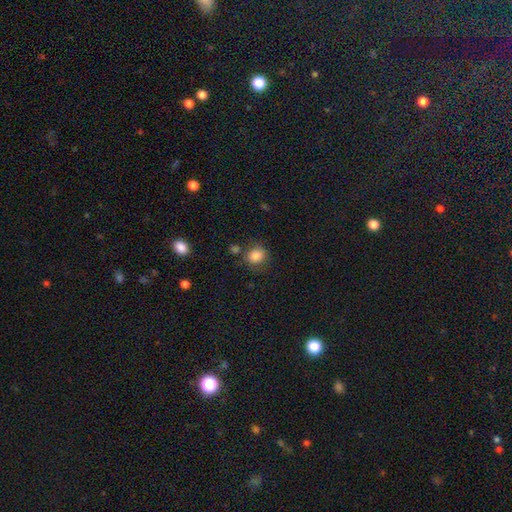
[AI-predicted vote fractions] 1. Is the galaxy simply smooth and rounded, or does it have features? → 84% smooth, 11% star or artifact, 6% featured or disk.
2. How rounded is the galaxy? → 70% round, 29% in between, 1% cigar-shaped.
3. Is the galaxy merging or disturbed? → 72% none, 15% minor disturbance, 7% merger, 5% major disturbance.